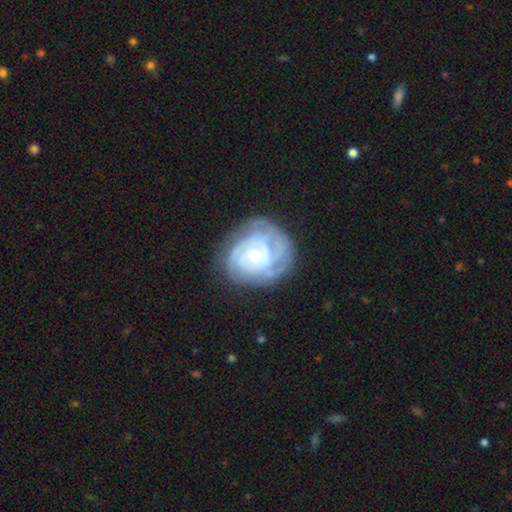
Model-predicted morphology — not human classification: featured or disk 88%, smooth 8%, star or artifact 4%. Down the decision tree: edge-on disk — no (98%); bar — no (73%); spiral arms — yes (96%); spiral arm count — 3 (29%); spiral winding — tight (77%); bulge size — small (48%, tied with moderate); merging — none (73%).